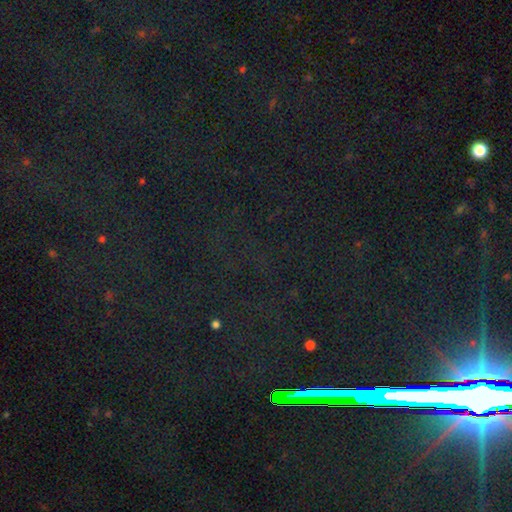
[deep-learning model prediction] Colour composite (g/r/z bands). It shows a star or artifact, not a galaxy (84%).